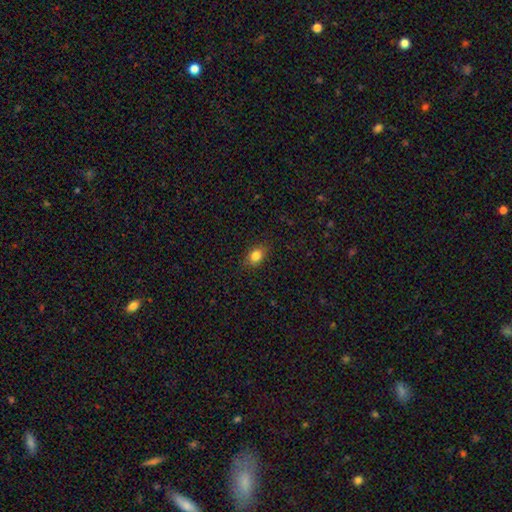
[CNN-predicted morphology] smooth 83%, star or artifact 11%, featured or disk 6%. Down the decision tree: how rounded — in between (59%); merging — none (86%).